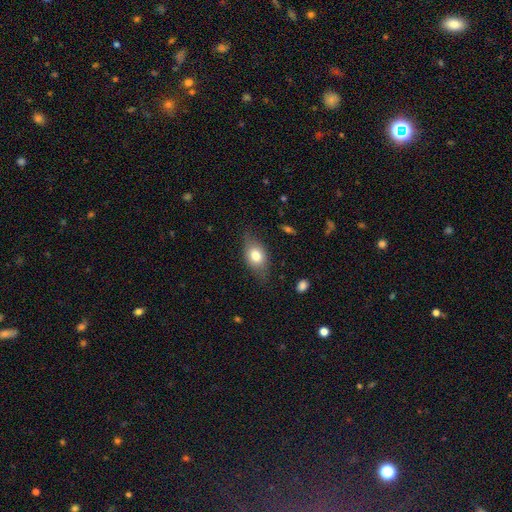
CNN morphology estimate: Smooth or featured? smooth (73%)
How rounded? in between (80%)
Merging? none (70%)